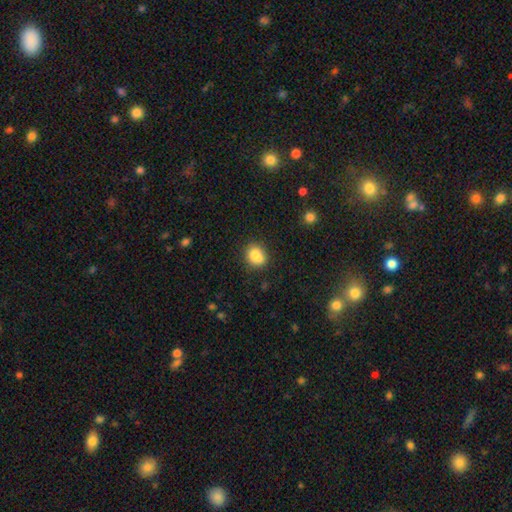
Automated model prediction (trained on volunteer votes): Morphology: type=smooth (82%); roundness=round (60%); merging=none (63%).